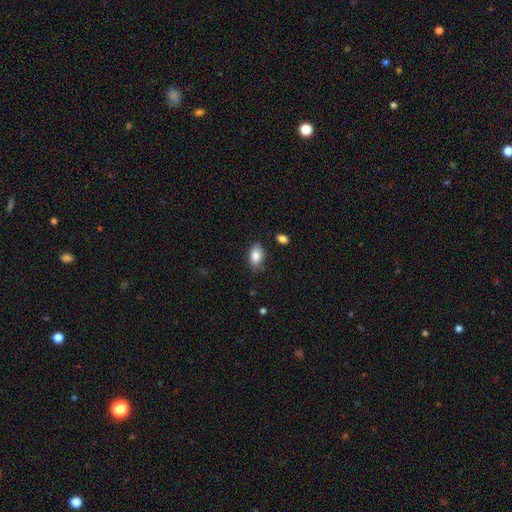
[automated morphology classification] A smooth galaxy with no disk features (85%) that is in between round and cigar-shaped (91%). Merging: none (79%).